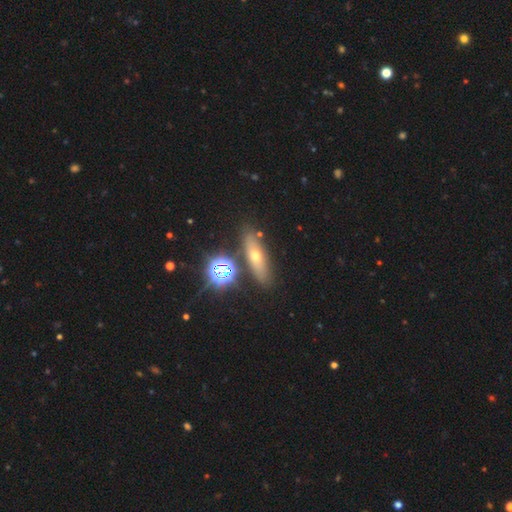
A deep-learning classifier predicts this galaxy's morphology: This is marginally a smooth galaxy (43%). Merging: clearly none (80%).